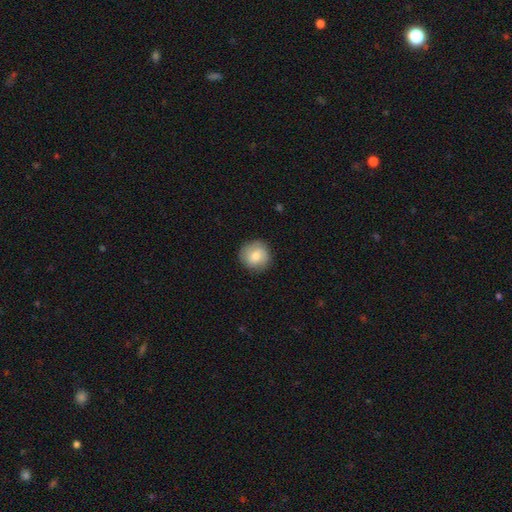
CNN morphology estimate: Smooth or featured? smooth (74%)
How rounded? round (92%)
Merging? none (85%)